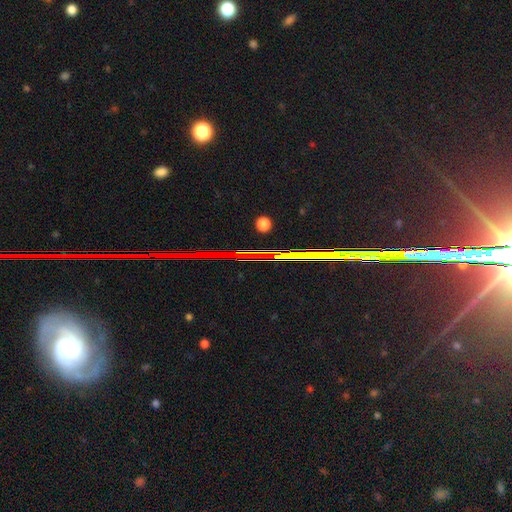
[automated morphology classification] type=star or artifact (63%).